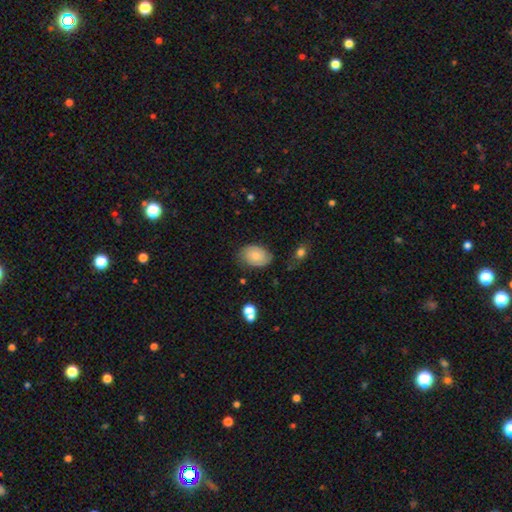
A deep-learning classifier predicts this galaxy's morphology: Smooth or featured: smooth — 59% (featured or disk — 33%)
How rounded: in between — 79% (round — 20%)
Merging: none — 70% (minor disturbance — 22%)